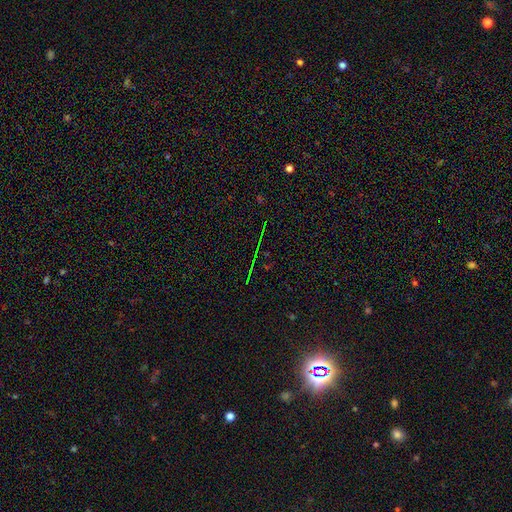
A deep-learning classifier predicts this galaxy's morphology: star or artifact 77%, featured or disk 13%, smooth 11%.